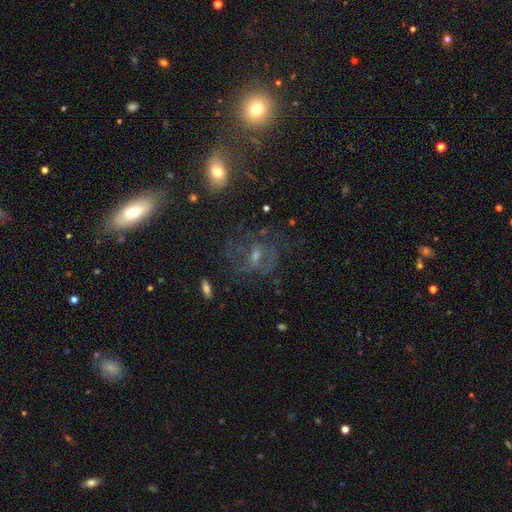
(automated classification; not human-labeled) smooth-or-featured: featured or disk: 63% | star or artifact: 20% | smooth: 18%
  disk-edge-on: no: 94% | yes: 6%
    bar: weak: 47% | no: 37% | strong: 16%
    has-spiral-arms: yes: 78% | no: 22%
    bulge-size: small: 44% | moderate: 39% | none: 11% | large: 5% | dominant: 2%
  merging: none: 68% | minor disturbance: 16% | major disturbance: 13% | merger: 3%